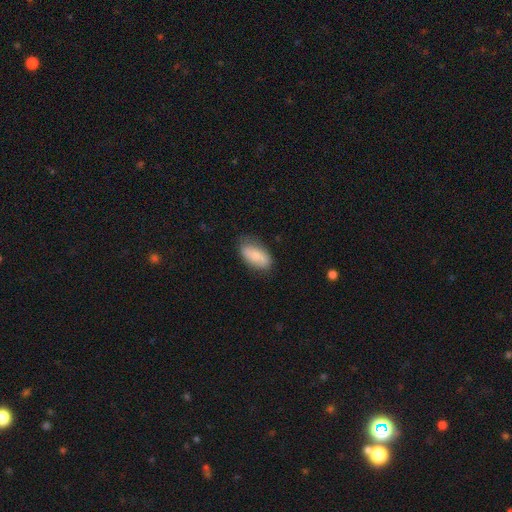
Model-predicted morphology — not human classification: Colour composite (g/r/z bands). It shows a smooth galaxy with no disk features (77%) that is in between round and cigar-shaped (91%). Merging: none (76%).